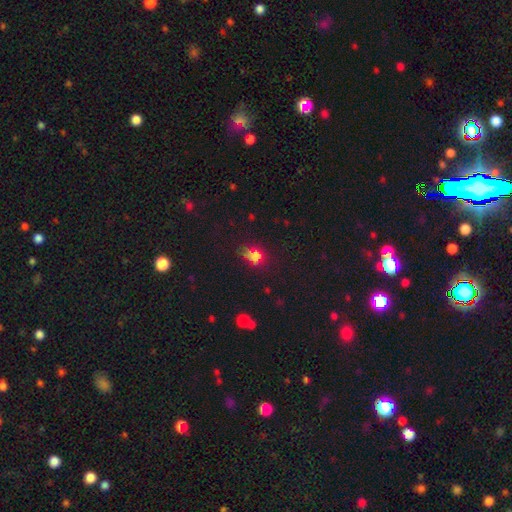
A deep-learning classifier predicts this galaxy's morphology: Smooth or featured? Predicted: smooth (p=0.59). How rounded? Predicted: in between (p=0.53). Merging? Predicted: none (p=0.53).